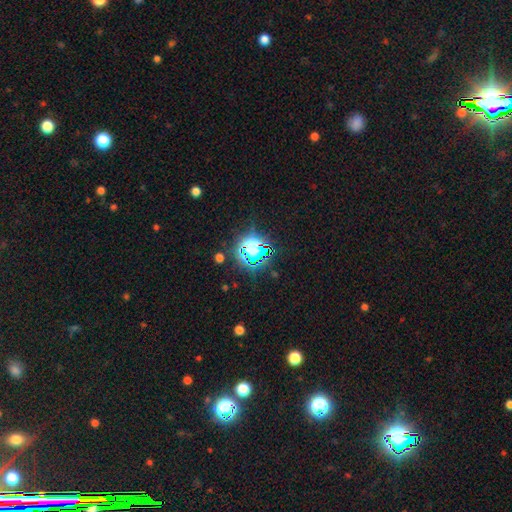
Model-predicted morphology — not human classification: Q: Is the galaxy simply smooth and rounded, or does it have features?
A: star or artifact — 78%.